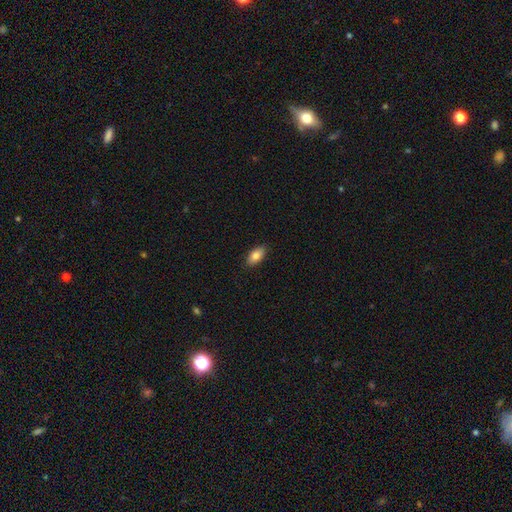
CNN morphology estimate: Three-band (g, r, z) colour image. It shows a smooth galaxy with no disk features (82%) that is in between round and cigar-shaped (91%). Merging: none (89%).